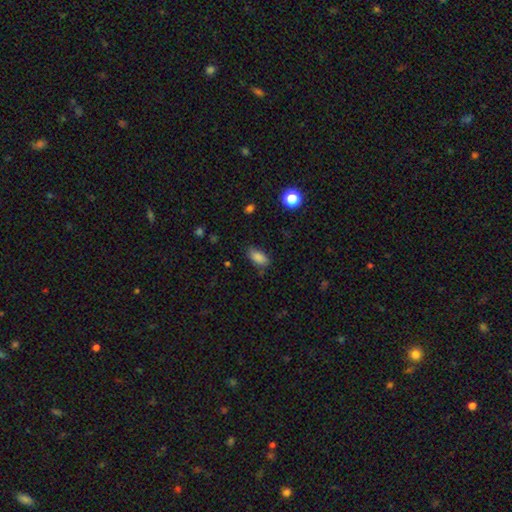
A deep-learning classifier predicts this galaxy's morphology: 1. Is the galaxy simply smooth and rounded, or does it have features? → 85% smooth, 10% star or artifact, 5% featured or disk.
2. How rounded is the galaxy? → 88% in between, 7% cigar-shaped, 5% round.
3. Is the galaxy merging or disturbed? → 81% none, 14% minor disturbance, 3% major disturbance, 2% merger.